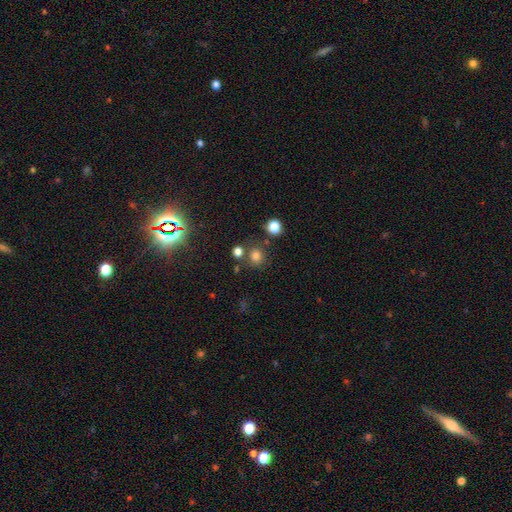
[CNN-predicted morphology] smooth-or-featured: smooth: 76% | star or artifact: 18% | featured or disk: 6%
  how-rounded: round: 84% | in between: 15% | cigar-shaped: 1%
  merging: none: 74% | merger: 11% | minor disturbance: 10% | major disturbance: 4%